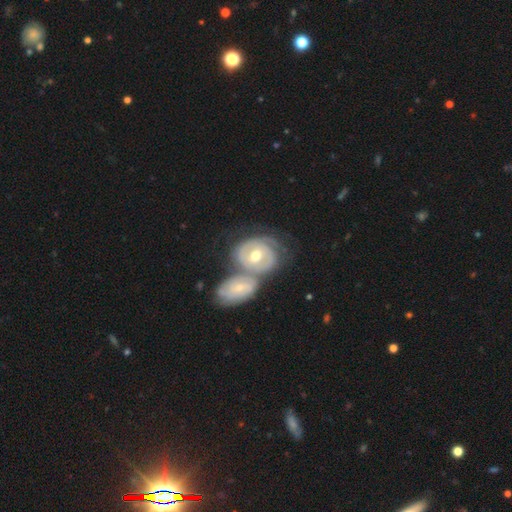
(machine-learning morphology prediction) Q: Smooth or featured?
A: featured or disk (81%); runner-up: smooth (14%)
Q: Edge-on disk?
A: no (96%); runner-up: yes (4%)
Q: Bar?
A: no (60%); runner-up: weak (30%)
Q: Spiral arms?
A: yes (91%); runner-up: no (9%)
Q: Spiral winding?
A: tight (73%); runner-up: medium (22%)
Q: Spiral arm count?
A: 2 (37%); runner-up: can't tell (33%)
Q: Bulge size?
A: moderate (69%); runner-up: small (25%)
Q: Merging?
A: merger (54%); runner-up: none (30%)